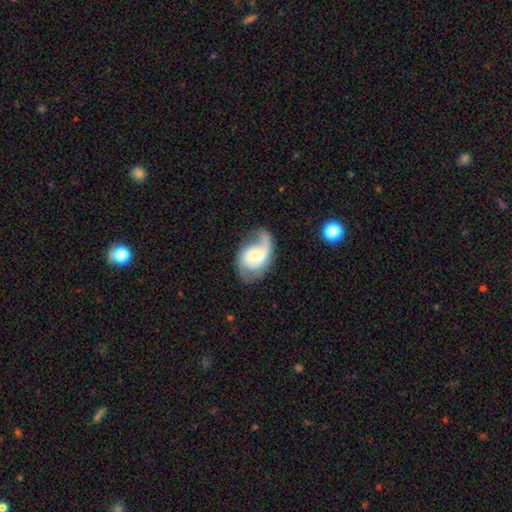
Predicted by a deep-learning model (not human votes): This appears to be a featured or disk galaxy (75%) with a weak bar (51%), 2 (59%) loose (47%) spiral arms (93%) and a moderate central bulge (33%). Merging: none (50%).